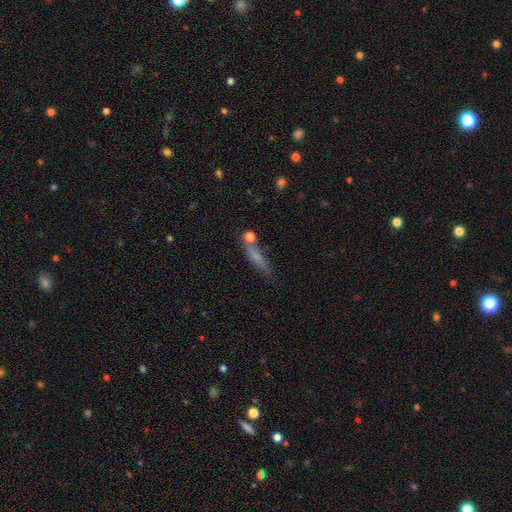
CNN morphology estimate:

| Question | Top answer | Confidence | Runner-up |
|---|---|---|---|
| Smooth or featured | smooth | 70% | featured or disk (19%) |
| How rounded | cigar-shaped | 77% | in between (19%) |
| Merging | none | 66% | minor disturbance (18%) |